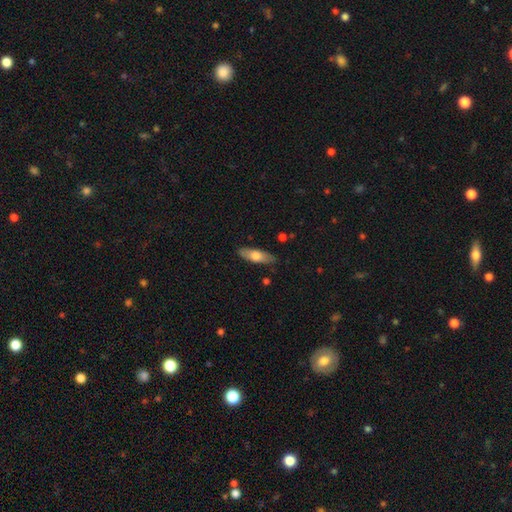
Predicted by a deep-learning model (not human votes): smooth-or-featured: smooth: 66% | featured or disk: 28% | star or artifact: 6%
  how-rounded: in between: 60% | cigar-shaped: 38% | round: 2%
  merging: none: 84% | minor disturbance: 12% | major disturbance: 2% | merger: 2%